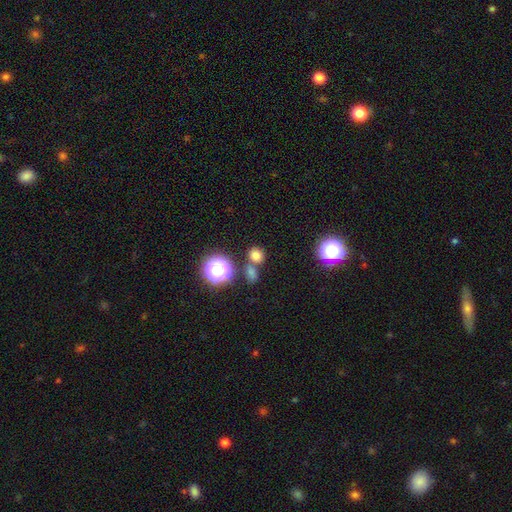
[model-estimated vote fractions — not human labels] smooth 73%, star or artifact 20%, featured or disk 7%. Down the decision tree: how rounded — round (77%); merging — none (63%).